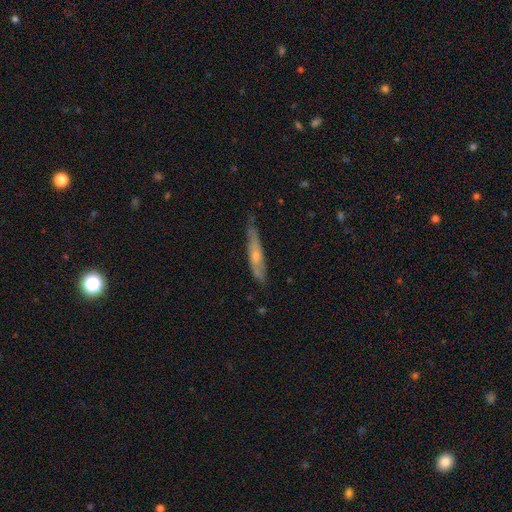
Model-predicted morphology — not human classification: Smooth or featured: featured or disk — 56% (smooth — 37%)
Edge-on disk: yes — 71% (no — 29%)
Merging: none — 72% (minor disturbance — 23%)